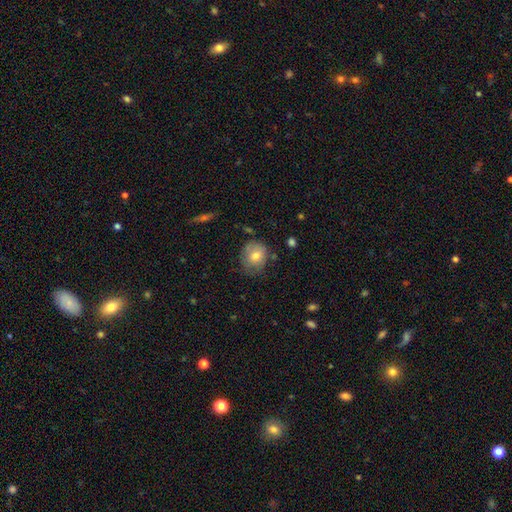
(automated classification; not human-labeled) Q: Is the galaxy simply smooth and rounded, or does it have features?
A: smooth — 74%.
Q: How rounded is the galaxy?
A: round — 70%.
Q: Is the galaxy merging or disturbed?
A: none — 63%.